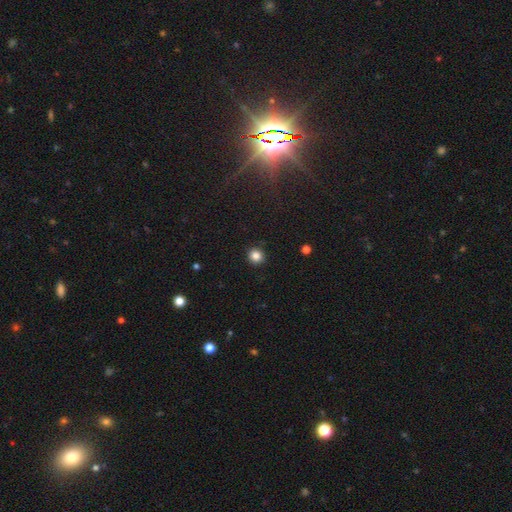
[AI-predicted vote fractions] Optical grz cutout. It shows a smooth galaxy with no disk features (85%) that is round (91%). Merging: none (92%).